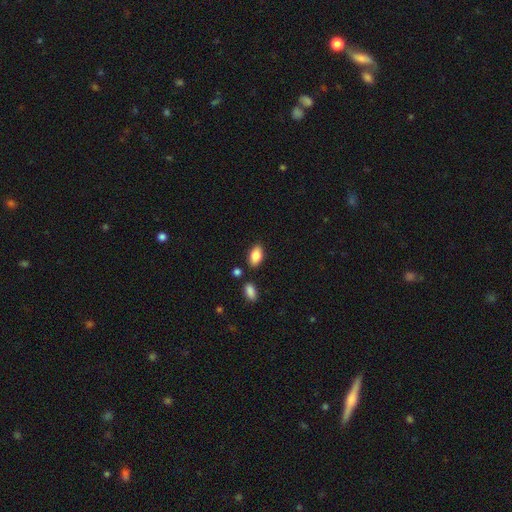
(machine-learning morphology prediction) Smooth or featured? Predicted: smooth (p=0.86). How rounded? Predicted: in between (p=0.92). Merging? Predicted: none (p=0.82).